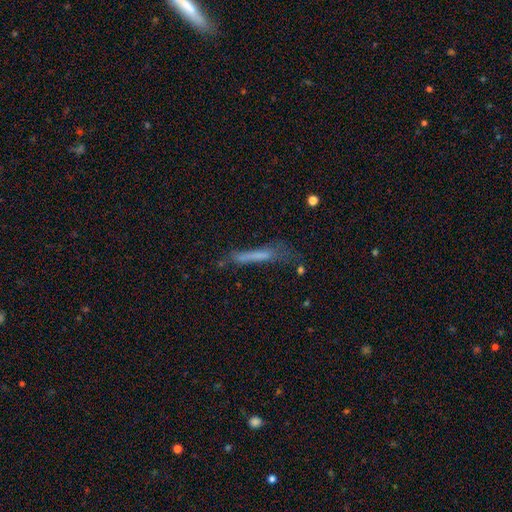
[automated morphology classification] This appears to be a smooth galaxy with no disk features (57%) that is cigar-shaped (92%). Merging: none (52%).